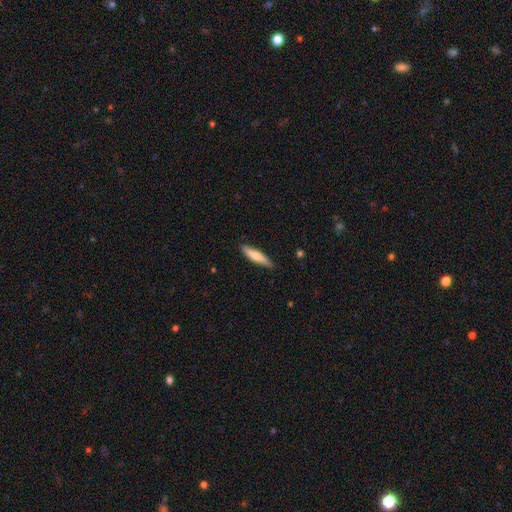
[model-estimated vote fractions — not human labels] Overall: smooth (64%; featured or disk 30%). How rounded: cigar-shaped (82%). Merging: none (85%).